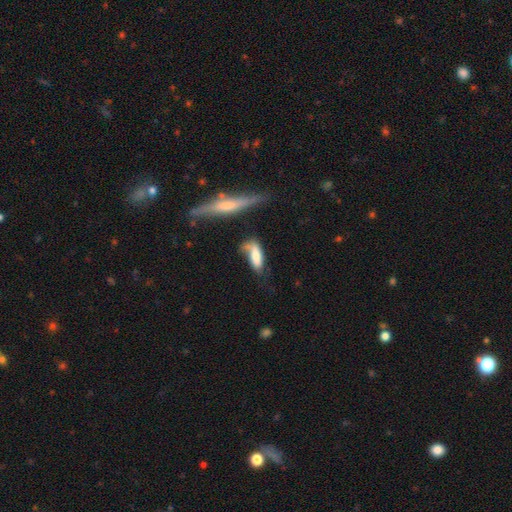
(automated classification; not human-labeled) Smooth or featured?
  - smooth: 70% *
  - featured or disk: 23%
  - star or artifact: 7%
How rounded?
  - in between: 59% *
  - cigar-shaped: 39%
  - round: 2%
Merging?
  - none: 32% *
  - minor disturbance: 29%
  - major disturbance: 22%
  - merger: 17%